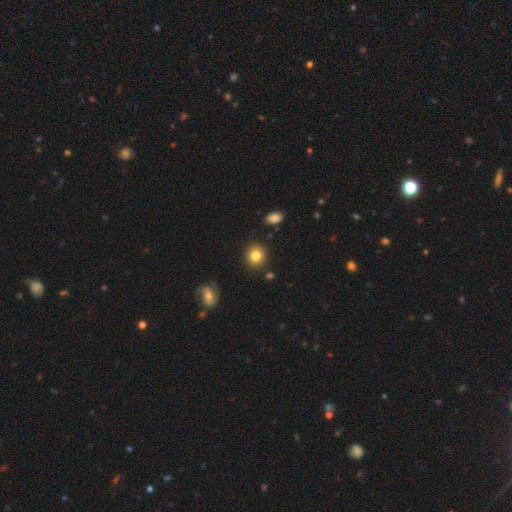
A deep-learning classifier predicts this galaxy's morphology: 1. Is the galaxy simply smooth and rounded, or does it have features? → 83% smooth, 10% star or artifact, 7% featured or disk.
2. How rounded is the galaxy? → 84% round, 15% in between, 1% cigar-shaped.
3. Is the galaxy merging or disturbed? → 88% none, 7% minor disturbance, 2% merger, 2% major disturbance.